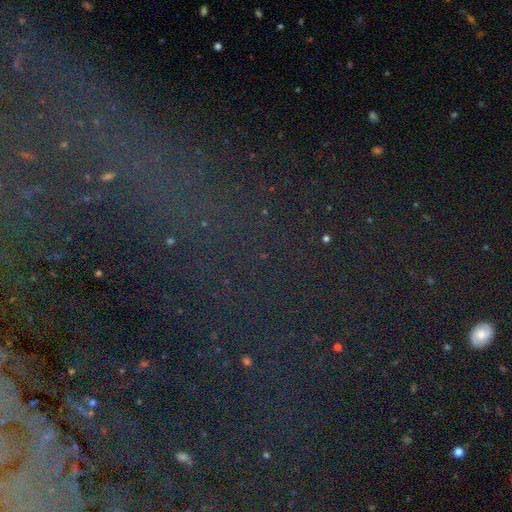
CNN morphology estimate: Q: Smooth or featured?
A: star or artifact (77%); runner-up: smooth (12%)